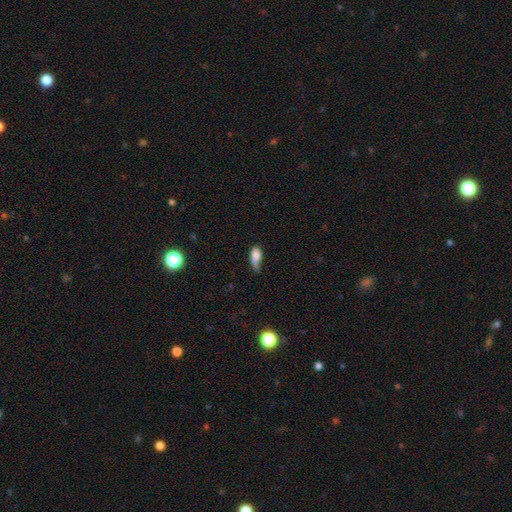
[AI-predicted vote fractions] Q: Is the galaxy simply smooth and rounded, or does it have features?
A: smooth — 75%.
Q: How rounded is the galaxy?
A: in between — 79%.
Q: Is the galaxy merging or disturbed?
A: minor disturbance — 39%.